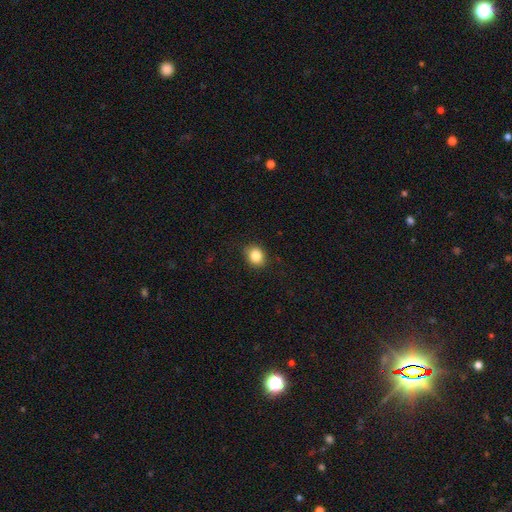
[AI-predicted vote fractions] Smooth or featured? Predicted: smooth (p=0.84). How rounded? Predicted: round (p=0.68). Merging? Predicted: none (p=0.87).